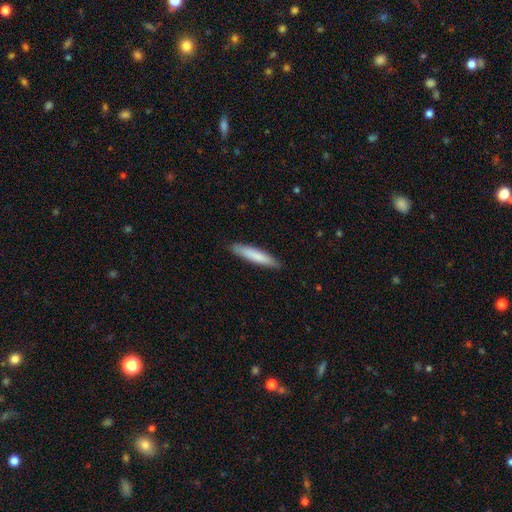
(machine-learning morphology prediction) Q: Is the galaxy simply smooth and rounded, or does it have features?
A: smooth — 80%.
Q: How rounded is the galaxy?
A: cigar-shaped — 90%.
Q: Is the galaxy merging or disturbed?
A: none — 89%.